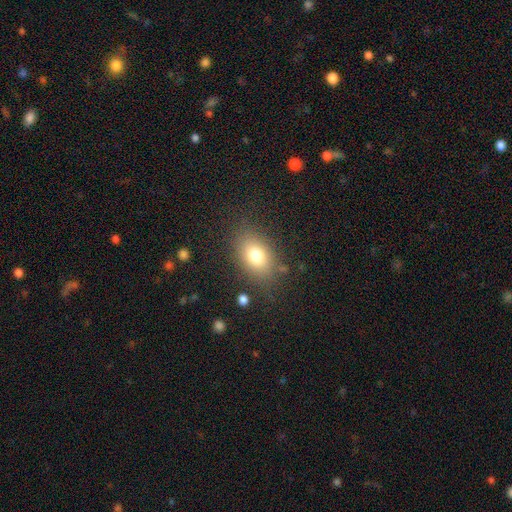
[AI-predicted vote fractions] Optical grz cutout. It shows a smooth galaxy with no disk features (76%) that is in between round and cigar-shaped (76%). Merging: none (79%).